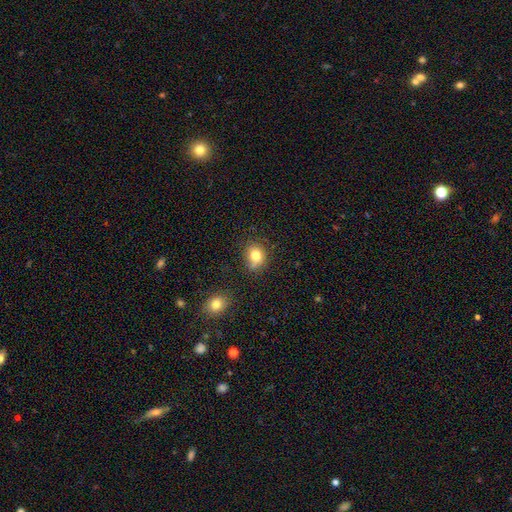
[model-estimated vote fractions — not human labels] Smooth or featured? Predicted: smooth (p=0.80). How rounded? Predicted: round (p=0.63). Merging? Predicted: none (p=0.71).